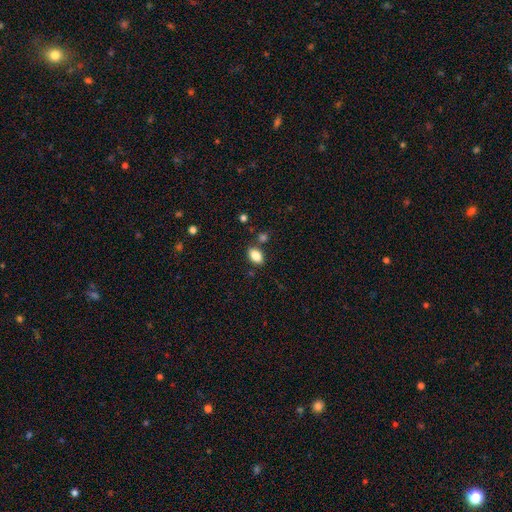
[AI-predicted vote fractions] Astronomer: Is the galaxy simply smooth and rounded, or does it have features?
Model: smooth — 85%.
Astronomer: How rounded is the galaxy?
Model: in between — 89%.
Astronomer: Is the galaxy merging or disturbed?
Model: none — 80%.